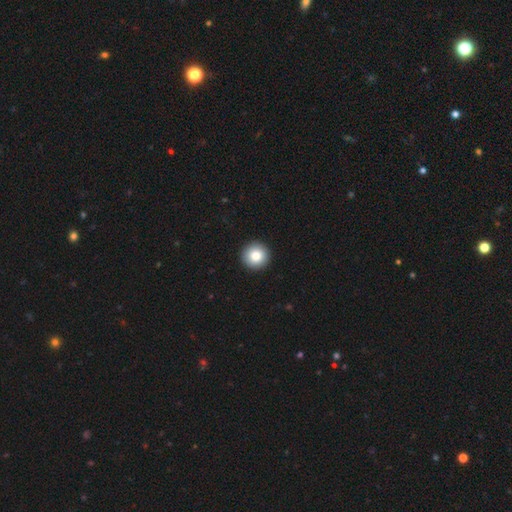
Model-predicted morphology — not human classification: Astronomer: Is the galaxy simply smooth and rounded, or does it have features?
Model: smooth — 83%.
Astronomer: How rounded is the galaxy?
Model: round — 96%.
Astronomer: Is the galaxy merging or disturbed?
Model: none — 94%.